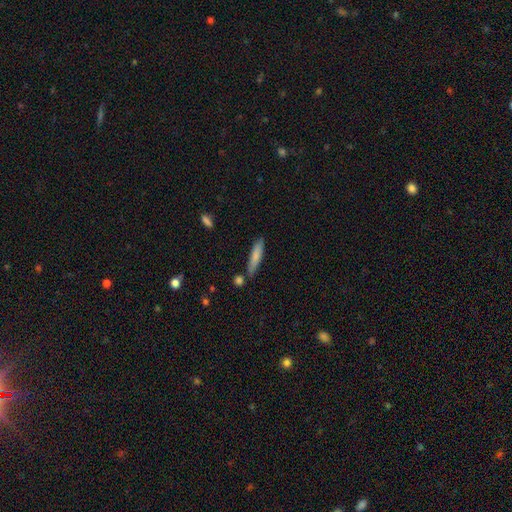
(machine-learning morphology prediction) Smooth or featured? Predicted: smooth (p=0.78). How rounded? Predicted: cigar-shaped (p=0.84). Merging? Predicted: none (p=0.78).